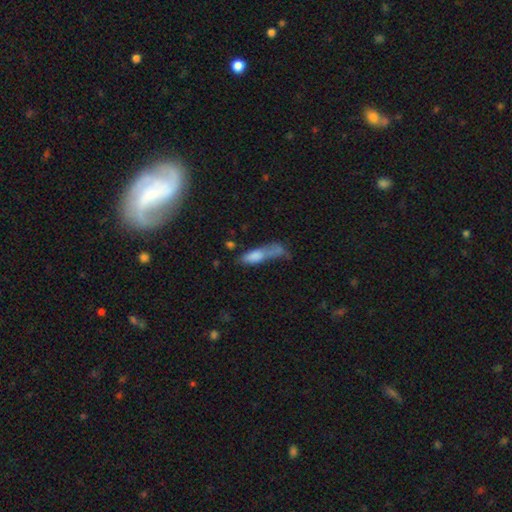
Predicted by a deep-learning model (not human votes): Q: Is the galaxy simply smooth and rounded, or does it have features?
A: smooth — 46%.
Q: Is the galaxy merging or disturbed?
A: none — 36%.